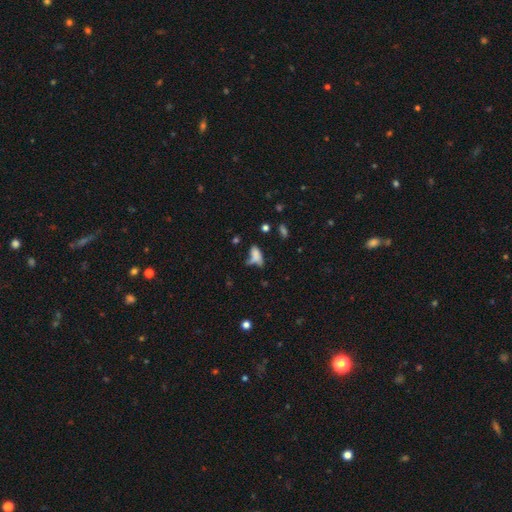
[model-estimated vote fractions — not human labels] Q: Smooth or featured?
A: smooth (68%); runner-up: featured or disk (18%)
Q: How rounded?
A: in between (72%); runner-up: cigar-shaped (23%)
Q: Merging?
A: none (35%); runner-up: merger (24%)